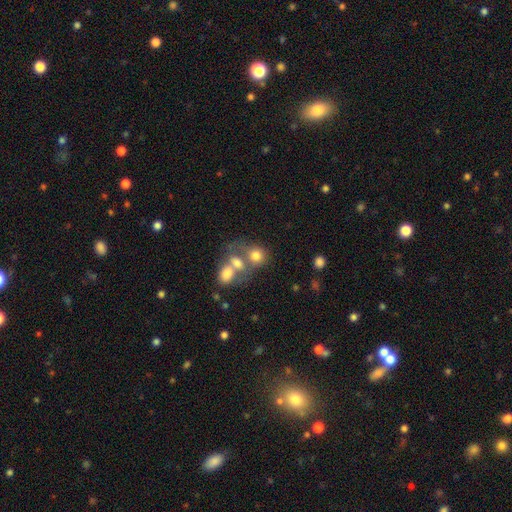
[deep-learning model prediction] Morphology: type=smooth (73%); roundness=round (66%); merging=merger (53%).